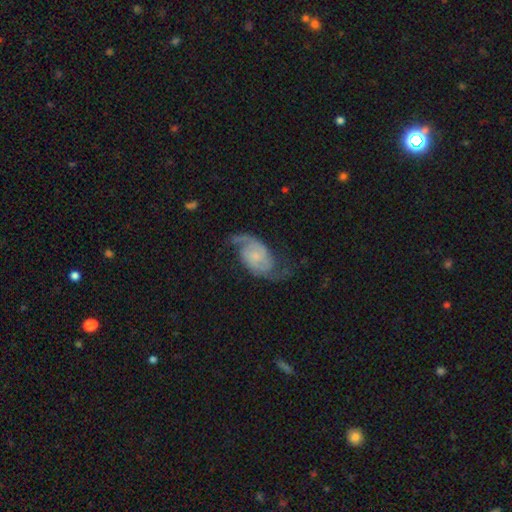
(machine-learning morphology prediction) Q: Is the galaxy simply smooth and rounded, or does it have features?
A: featured or disk — 84%.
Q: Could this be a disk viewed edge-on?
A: no — 97%.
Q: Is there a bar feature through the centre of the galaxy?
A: no — 65%.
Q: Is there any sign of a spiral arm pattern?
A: yes — 96%.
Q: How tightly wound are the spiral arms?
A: loose — 46%.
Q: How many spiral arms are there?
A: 2 — 91%.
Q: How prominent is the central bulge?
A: small — 59%.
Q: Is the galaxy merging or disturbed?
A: none — 65%.